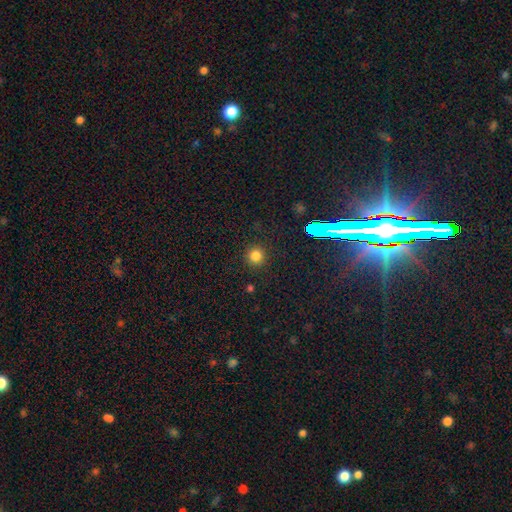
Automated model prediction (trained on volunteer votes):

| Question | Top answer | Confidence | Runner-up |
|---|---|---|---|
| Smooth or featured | smooth | 79% | star or artifact (16%) |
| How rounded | round | 95% | in between (4%) |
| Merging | none | 91% | minor disturbance (5%) |